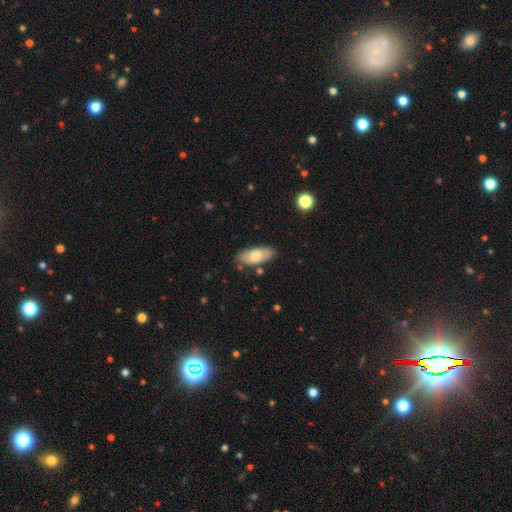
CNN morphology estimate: A smooth galaxy with no disk features (72%) that is in between round and cigar-shaped (83%).

Vote fractions:
- Smooth or featured? smooth: 72% / featured or disk: 21% / star or artifact: 6%
- How rounded? in between: 83% / cigar-shaped: 15% / round: 2%
- Merging? none: 81% / minor disturbance: 13% / merger: 3% / major disturbance: 3%